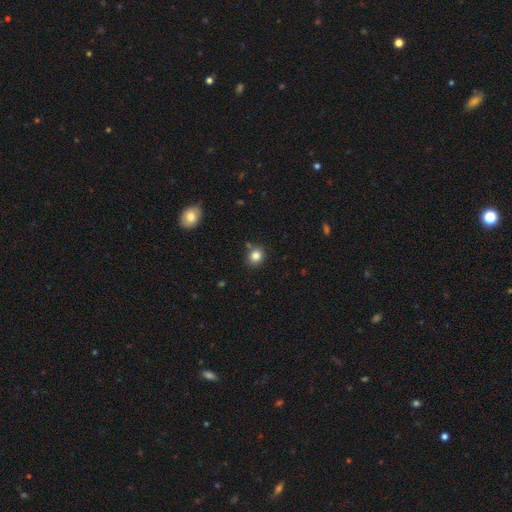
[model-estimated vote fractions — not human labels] This is clearly a smooth galaxy (83%). How rounded: clearly round (81%). Merging: clearly none (80%).